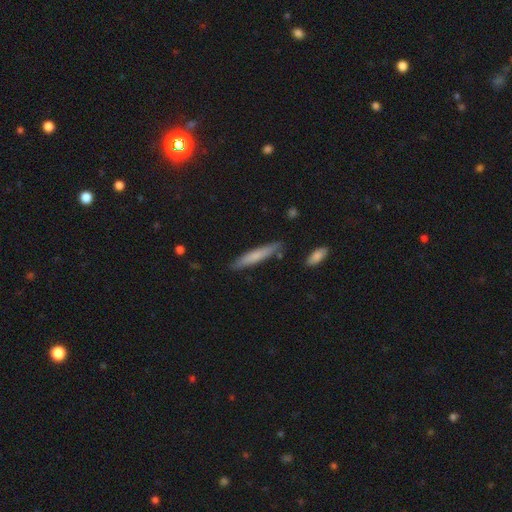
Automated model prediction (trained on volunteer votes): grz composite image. It shows a smooth galaxy with no disk features (69%) that is cigar-shaped (92%). Merging: none (84%).